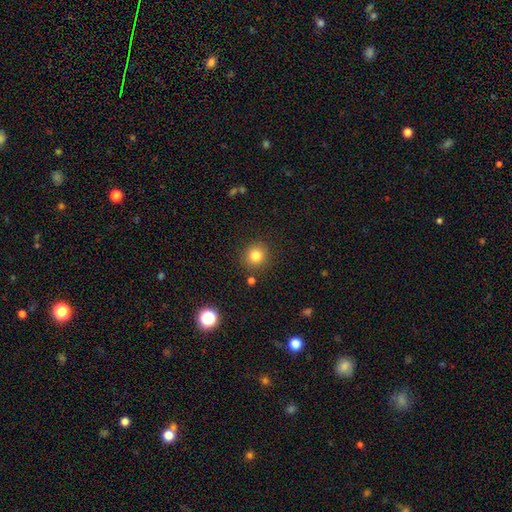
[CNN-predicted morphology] A smooth galaxy with no disk features (81%) that is round (91%). Merging: none (88%).